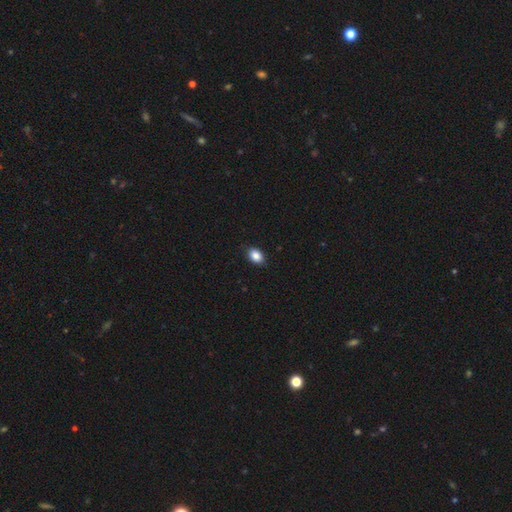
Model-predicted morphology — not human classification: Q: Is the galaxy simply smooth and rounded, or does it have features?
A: smooth — 88%.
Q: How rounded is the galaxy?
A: in between — 81%.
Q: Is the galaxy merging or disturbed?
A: none — 89%.